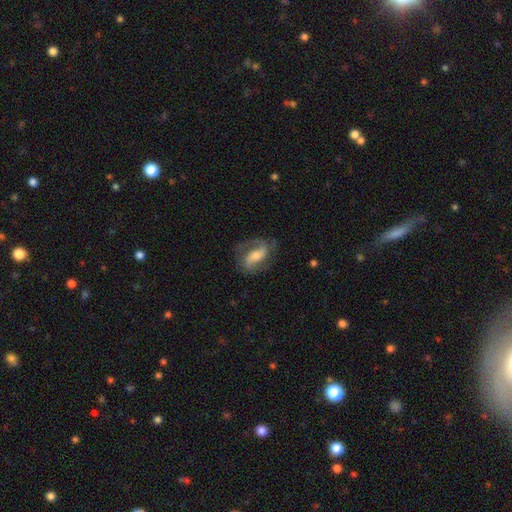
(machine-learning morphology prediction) featured or disk 79%, smooth 15%, star or artifact 6%. Down the decision tree: edge-on disk — no (95%); bar — weak (38%); spiral arms — yes (93%); spiral arm count — 2 (84%); spiral winding — medium (44%); bulge size — moderate (53%); merging — none (70%).